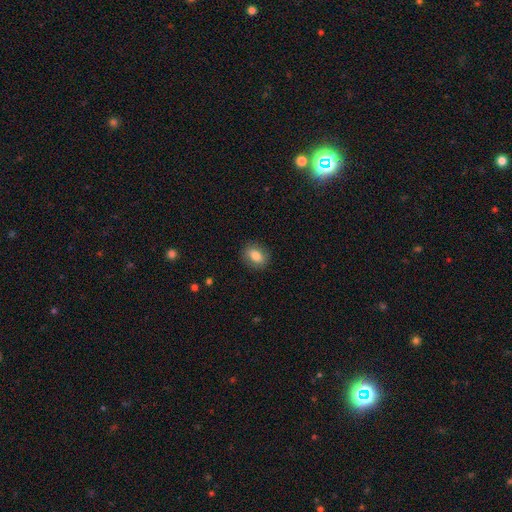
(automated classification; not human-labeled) Morphology: type=smooth (78%); roundness=in between (62%); merging=none (86%).